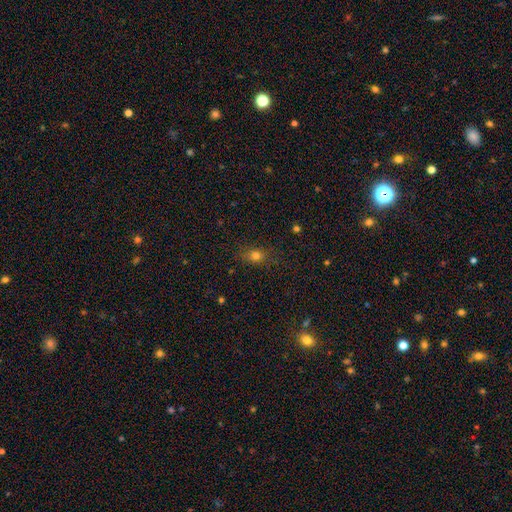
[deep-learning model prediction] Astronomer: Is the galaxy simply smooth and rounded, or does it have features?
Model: smooth — 74%.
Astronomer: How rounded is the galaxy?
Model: in between — 50% (runner-up: round, 47%).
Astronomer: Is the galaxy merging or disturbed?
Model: none — 81%.